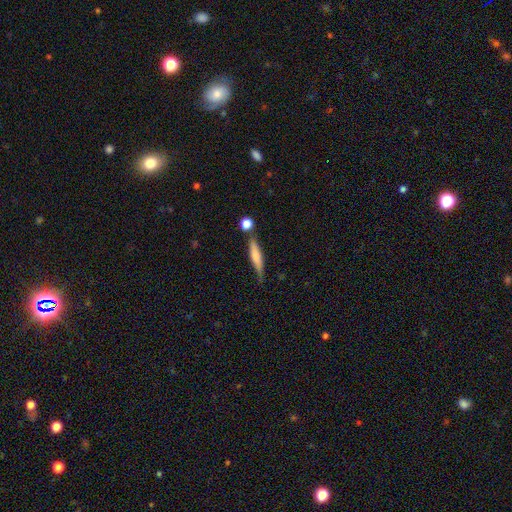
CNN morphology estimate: A smooth galaxy with no disk features (60%) that is cigar-shaped (85%). Merging: none (66%).